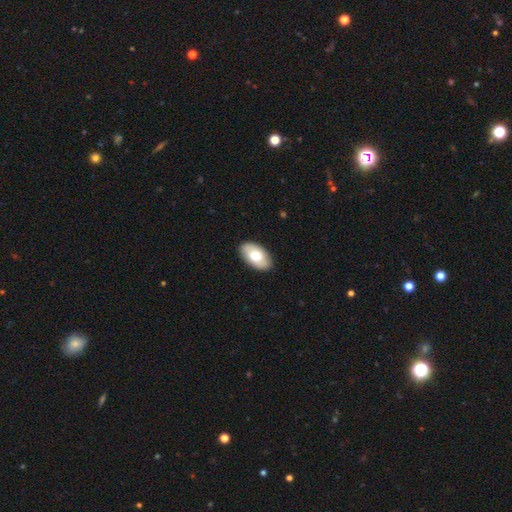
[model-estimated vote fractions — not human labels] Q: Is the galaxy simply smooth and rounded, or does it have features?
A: smooth — 71%.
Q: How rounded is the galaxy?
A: in between — 95%.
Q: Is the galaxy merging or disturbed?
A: none — 88%.